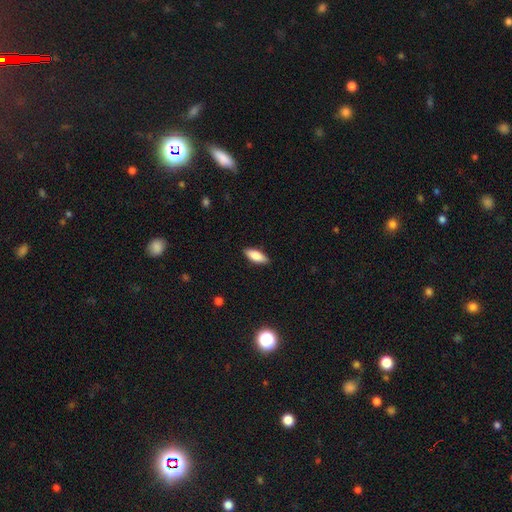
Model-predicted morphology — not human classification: The model was most divided on "how rounded": in between: 76%, cigar-shaped: 22%, round: 2%. More confident: merging — none (88%); smooth or featured — smooth (83%).